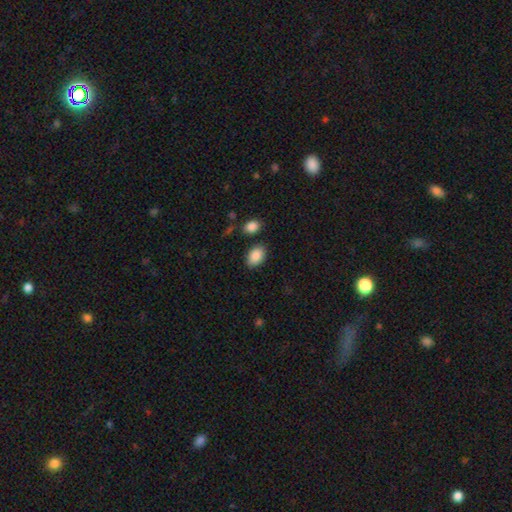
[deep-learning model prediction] A smooth galaxy with no disk features (89%) that is in between round and cigar-shaped (87%). Merging: none (83%).